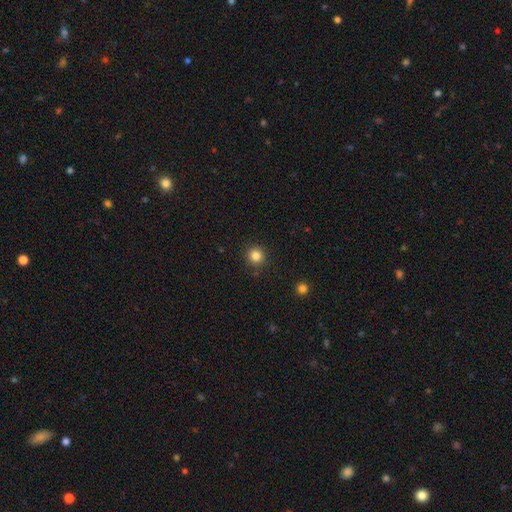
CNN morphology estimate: This appears to be a smooth galaxy with no disk features (83%) that is round (93%). Merging: none (90%).